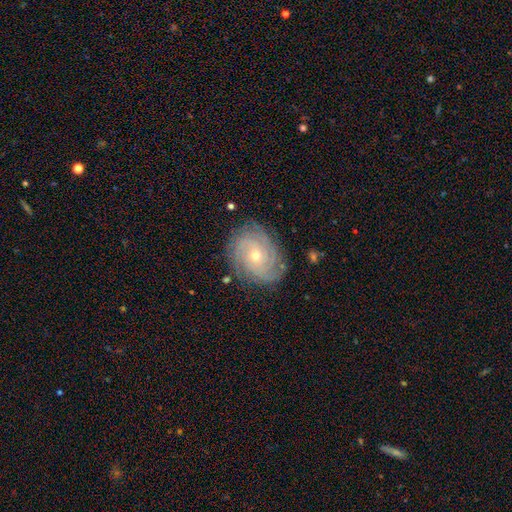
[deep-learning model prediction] Morphology: type=featured or disk (83%); edge-on=no (97%); bar=no (76%); spiral arms=yes (96%); winding=tight (74%); arm count=can't tell (28%); bulge=small (59%); merging=none (82%).